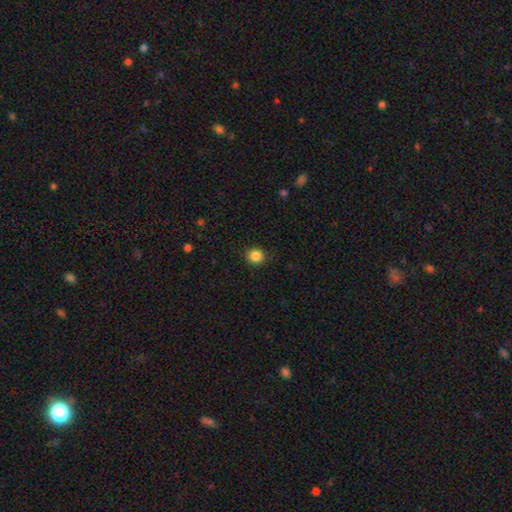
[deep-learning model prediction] Smooth or featured?
  - smooth: 86% *
  - star or artifact: 10%
  - featured or disk: 4%
How rounded?
  - round: 88% *
  - in between: 11%
  - cigar-shaped: 1%
Merging?
  - none: 91% *
  - minor disturbance: 6%
  - major disturbance: 2%
  - merger: 1%